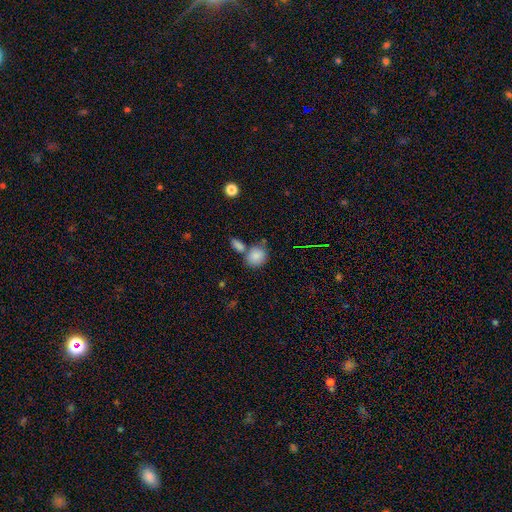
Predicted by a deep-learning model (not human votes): smooth 85%, star or artifact 8%, featured or disk 6%. Down the decision tree: how rounded — round (62%); merging — none (52%).